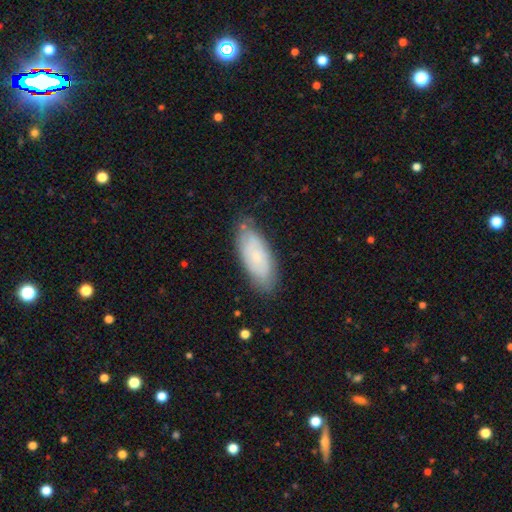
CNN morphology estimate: smooth 58%, featured or disk 34%, star or artifact 8%. Down the decision tree: how rounded — in between (79%); merging — none (77%).